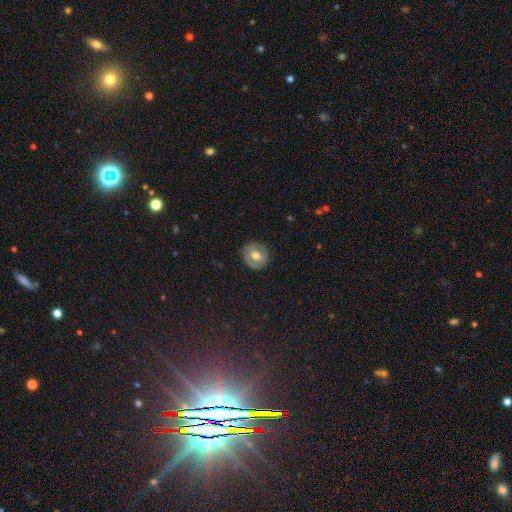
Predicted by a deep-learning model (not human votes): This is possibly a smooth galaxy (51%). How rounded: clearly round (84%). Merging: clearly none (85%).